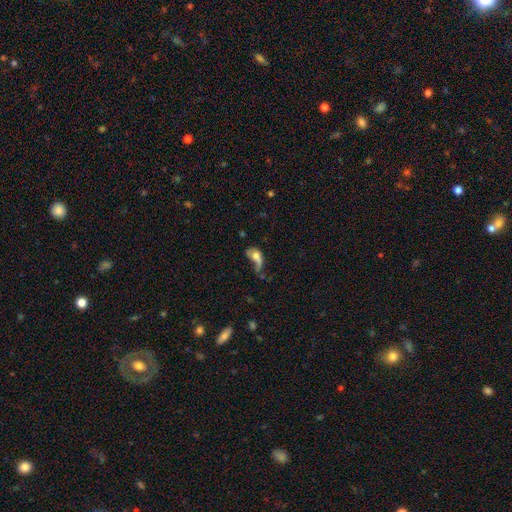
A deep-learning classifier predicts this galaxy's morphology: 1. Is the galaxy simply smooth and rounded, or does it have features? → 55% smooth, 33% featured or disk, 12% star or artifact.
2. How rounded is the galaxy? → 76% in between, 17% round, 6% cigar-shaped.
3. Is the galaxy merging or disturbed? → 47% major disturbance, 19% none, 18% minor disturbance, 16% merger.